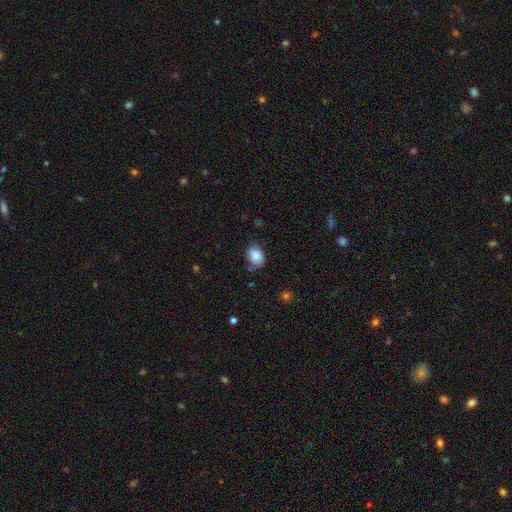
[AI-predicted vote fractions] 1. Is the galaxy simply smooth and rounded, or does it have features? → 82% smooth, 10% featured or disk, 8% star or artifact.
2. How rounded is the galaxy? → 72% in between, 27% round, 1% cigar-shaped.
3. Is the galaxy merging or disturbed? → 66% none, 25% minor disturbance, 6% major disturbance, 3% merger.